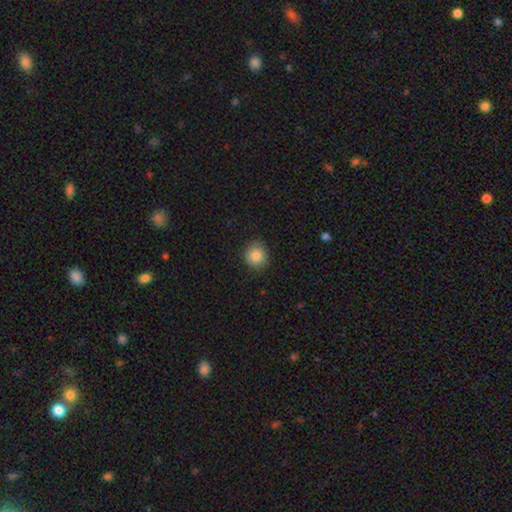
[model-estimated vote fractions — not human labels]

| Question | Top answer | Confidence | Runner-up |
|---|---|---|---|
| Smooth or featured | smooth | 85% | star or artifact (9%) |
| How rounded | round | 87% | in between (12%) |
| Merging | none | 87% | minor disturbance (9%) |